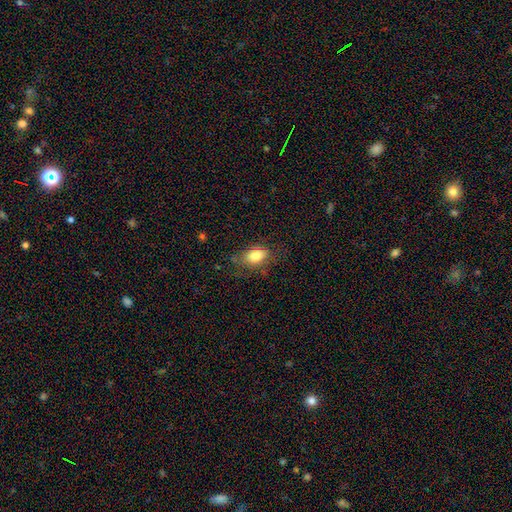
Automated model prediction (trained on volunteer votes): Q: Smooth or featured?
A: smooth (81%); runner-up: featured or disk (11%)
Q: How rounded?
A: in between (87%); runner-up: round (10%)
Q: Merging?
A: none (71%); runner-up: minor disturbance (20%)